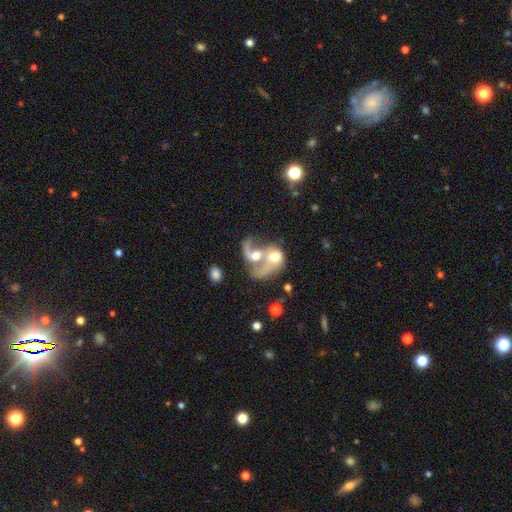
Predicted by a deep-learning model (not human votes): Smooth or featured? featured or disk (58%)
Edge-on disk? no (97%)
Bar? no (70%)
Spiral arms? yes (65%)
Bulge size? moderate (54%)
Merging? merger (80%)